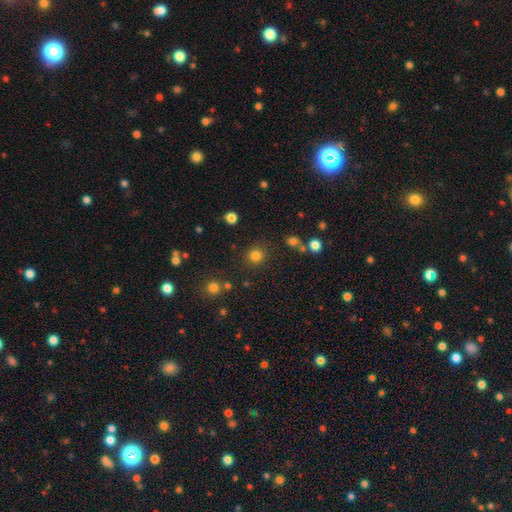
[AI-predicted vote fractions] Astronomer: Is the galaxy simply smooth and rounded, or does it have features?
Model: smooth — 81%.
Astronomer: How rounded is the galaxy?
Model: round — 91%.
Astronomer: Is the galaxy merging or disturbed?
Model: none — 86%.